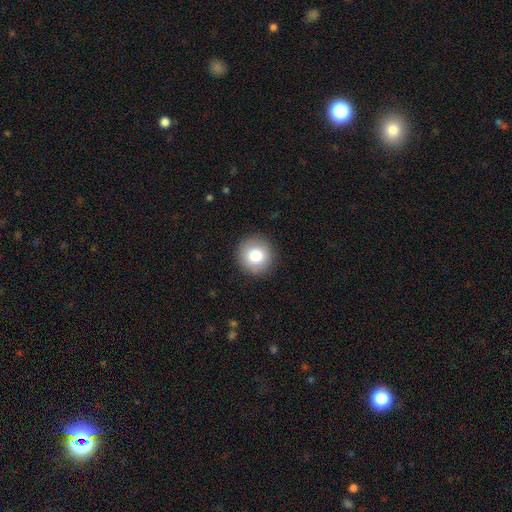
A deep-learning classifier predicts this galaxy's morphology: smooth 80%, featured or disk 11%, star or artifact 9%. Down the decision tree: how rounded — round (95%); merging — none (91%).